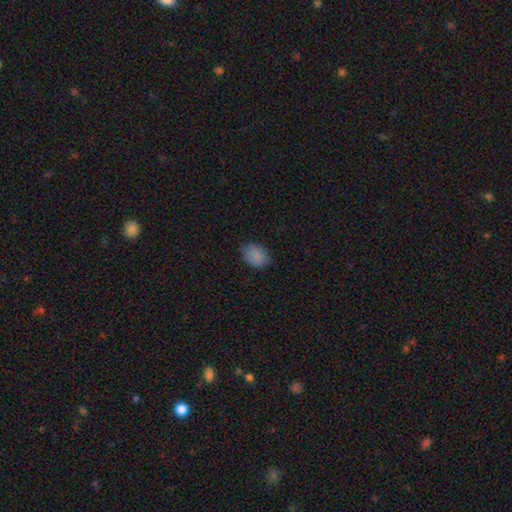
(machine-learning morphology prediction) smooth 85%, star or artifact 9%, featured or disk 5%. Down the decision tree: how rounded — in between (75%); merging — none (77%).